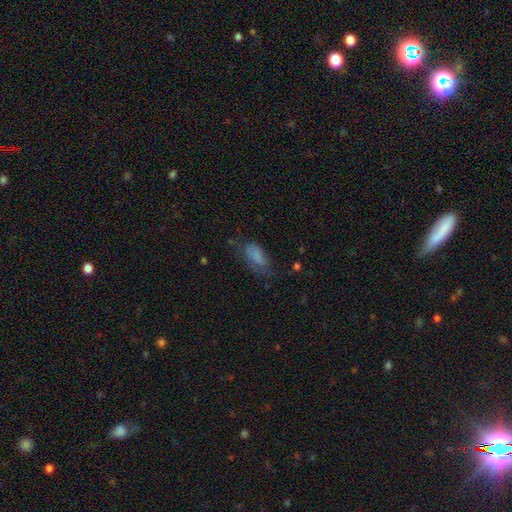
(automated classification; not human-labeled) The model was most divided on "merging": none: 48%, minor disturbance: 31%, major disturbance: 19%, merger: 2%. More confident: how rounded — in between (88%); smooth or featured — smooth (73%).